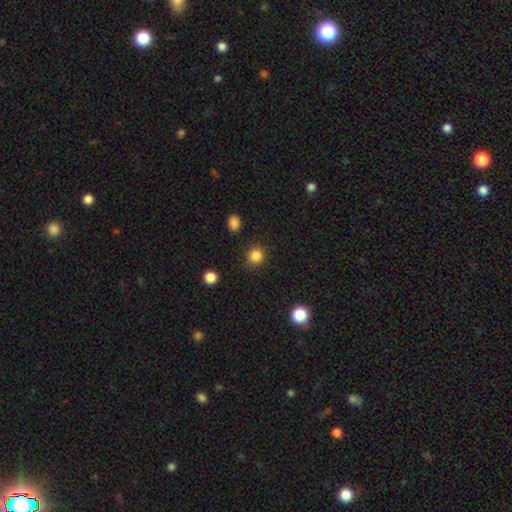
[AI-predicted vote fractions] Smooth or featured: smooth — 85% (star or artifact — 11%)
How rounded: round — 89% (in between — 10%)
Merging: none — 89% (minor disturbance — 7%)